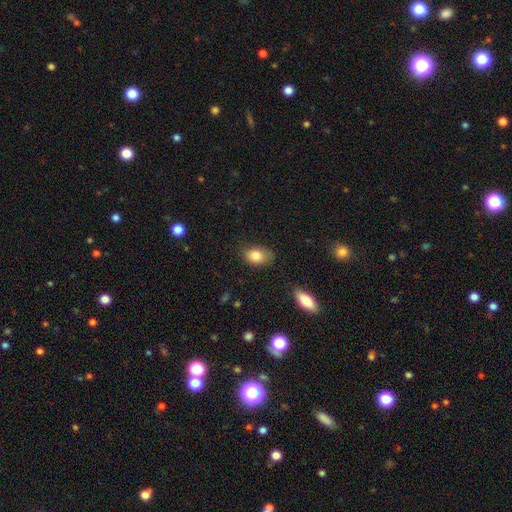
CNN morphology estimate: smooth_or_featured: smooth (p=0.84) [alt: star or artifact p=0.08]
how_rounded: in between (p=0.79) [alt: round p=0.19]
merging: none (p=0.63) [alt: minor disturbance p=0.28]